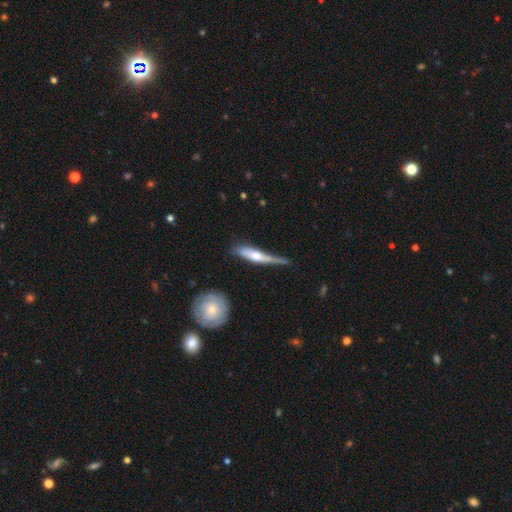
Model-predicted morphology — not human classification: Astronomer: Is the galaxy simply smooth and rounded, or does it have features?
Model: featured or disk — 52% (runner-up: smooth, 42%).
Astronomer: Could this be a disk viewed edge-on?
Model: yes — 85%.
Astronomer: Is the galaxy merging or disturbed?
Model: none — 46% (runner-up: minor disturbance, 34%).